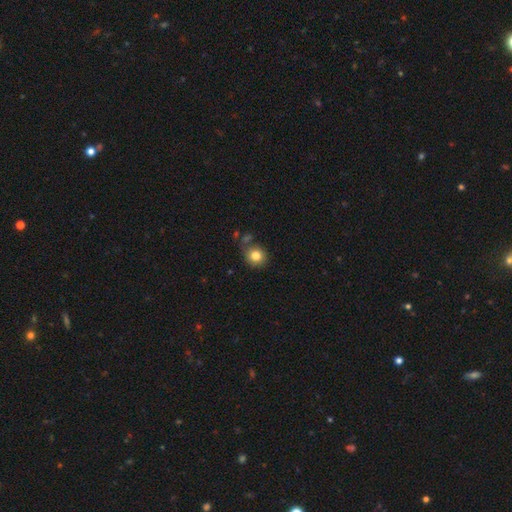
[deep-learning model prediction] The model was most divided on "merging": none: 69%, minor disturbance: 16%, merger: 9%, major disturbance: 5%. More confident: how rounded — round (83%); smooth or featured — smooth (81%).